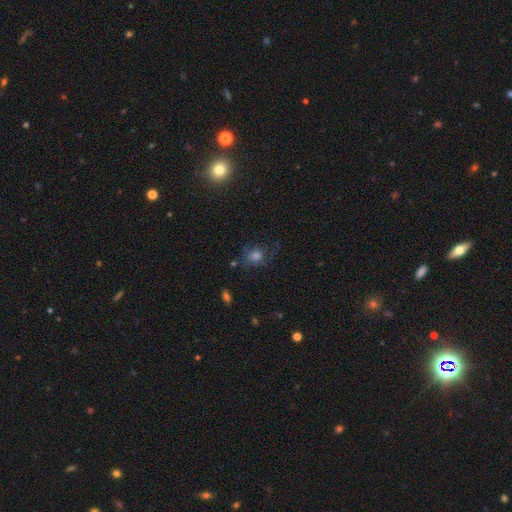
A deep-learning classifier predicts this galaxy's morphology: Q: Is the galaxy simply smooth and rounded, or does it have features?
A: smooth — 52%.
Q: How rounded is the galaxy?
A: round — 70%.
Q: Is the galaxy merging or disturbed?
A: none — 61%.